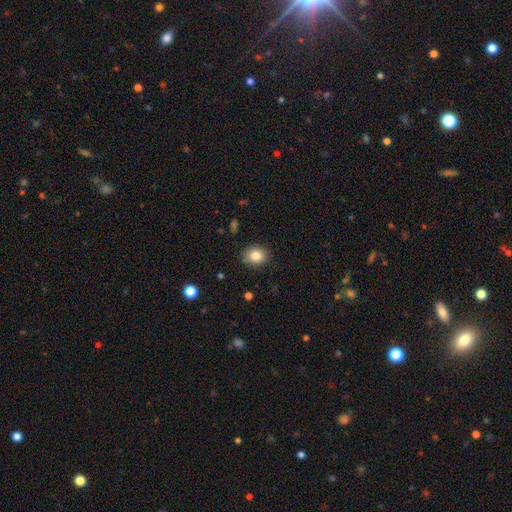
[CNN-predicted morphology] Q: Smooth or featured?
A: smooth (84%); runner-up: star or artifact (9%)
Q: How rounded?
A: round (51%); runner-up: in between (48%)
Q: Merging?
A: none (87%); runner-up: minor disturbance (10%)